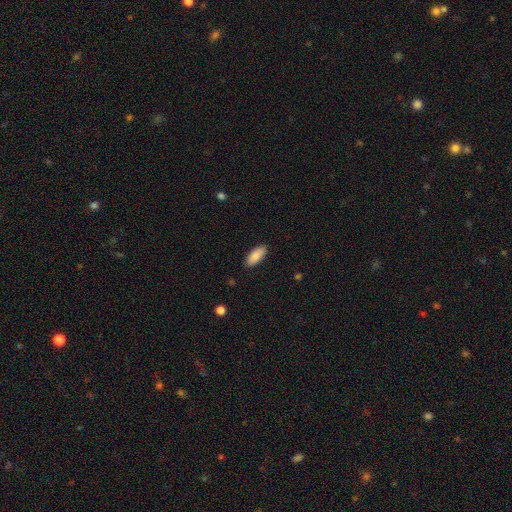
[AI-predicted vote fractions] This appears to be a smooth galaxy with no disk features (88%) that is in between round and cigar-shaped (86%). Merging: none (88%).